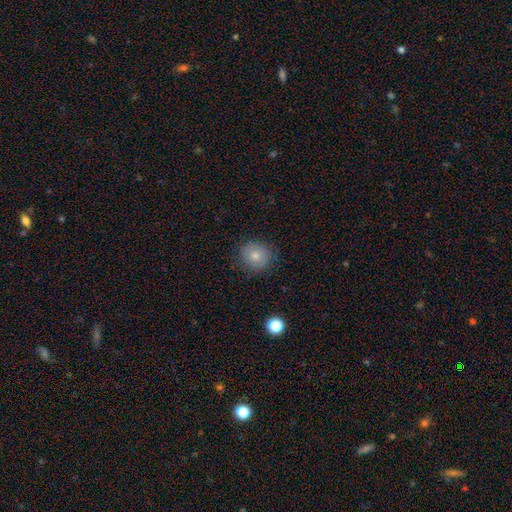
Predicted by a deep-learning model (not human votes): A smooth galaxy with no disk features (77%) that is round (88%). Merging: none (84%).